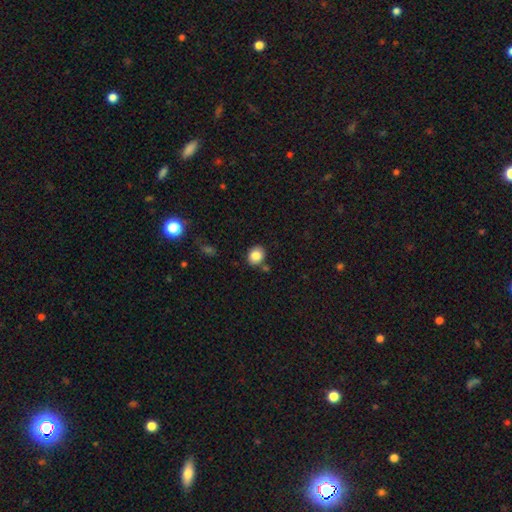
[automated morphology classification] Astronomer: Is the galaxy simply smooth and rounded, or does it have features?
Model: smooth — 84%.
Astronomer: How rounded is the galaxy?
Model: round — 64%.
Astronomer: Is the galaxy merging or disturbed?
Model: none — 79%.